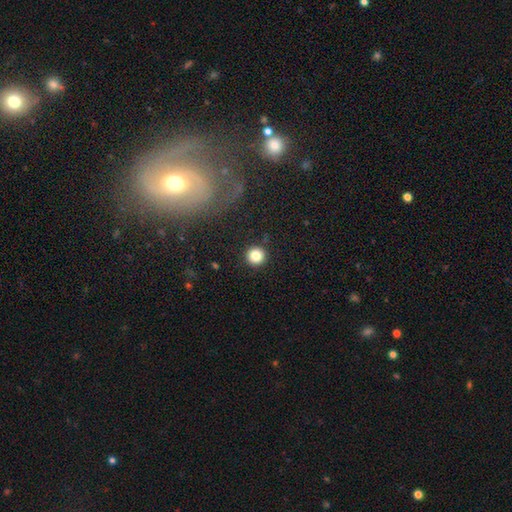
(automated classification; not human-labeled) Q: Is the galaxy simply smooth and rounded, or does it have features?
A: smooth — 83%.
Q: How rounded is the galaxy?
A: round — 95%.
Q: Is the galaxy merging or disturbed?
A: none — 92%.